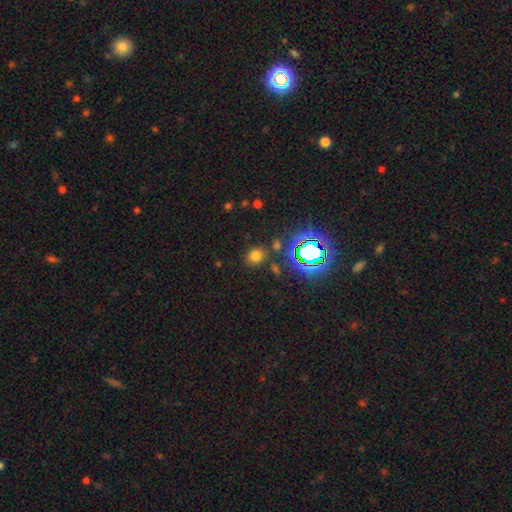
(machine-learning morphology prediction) smooth_or_featured: smooth (p=0.68) [alt: star or artifact p=0.26]
how_rounded: round (p=0.70) [alt: in between p=0.28]
merging: none (p=0.83) [alt: minor disturbance p=0.09]